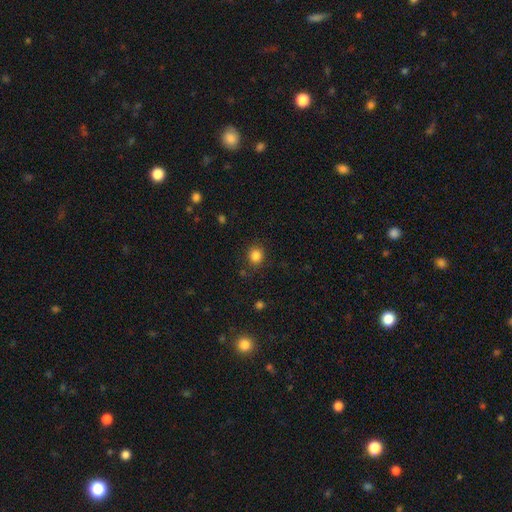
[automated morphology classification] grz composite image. It shows a smooth galaxy with no disk features (85%) that is round (83%). Merging: none (86%).